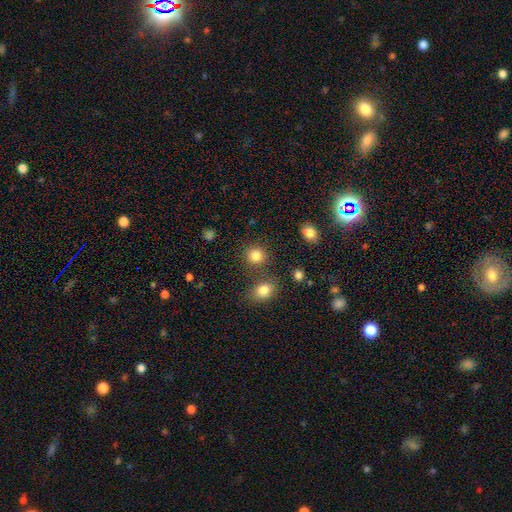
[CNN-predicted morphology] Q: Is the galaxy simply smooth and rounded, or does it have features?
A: smooth — 84%.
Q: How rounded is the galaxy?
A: round — 85%.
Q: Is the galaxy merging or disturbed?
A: none — 81%.